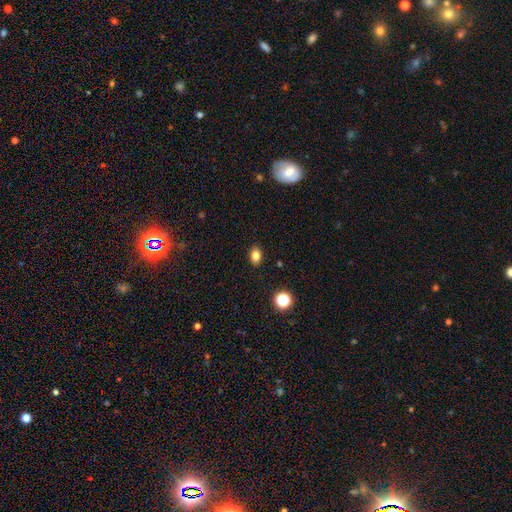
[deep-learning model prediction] Smooth or featured: smooth — 82% (star or artifact — 12%)
How rounded: in between — 73% (round — 26%)
Merging: none — 88% (minor disturbance — 8%)